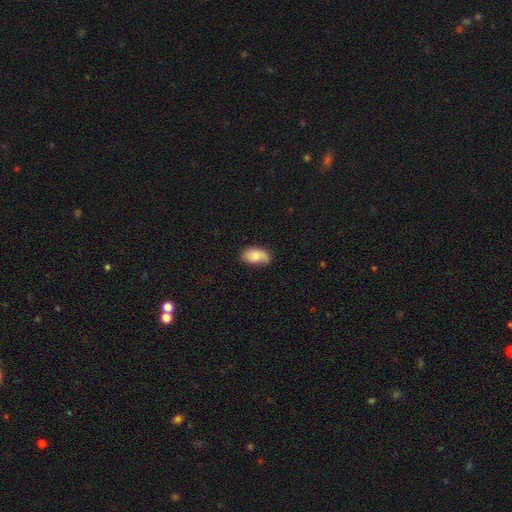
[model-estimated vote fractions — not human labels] Overall: smooth (76%). How rounded: in between (94%). Merging: none (64%; minor disturbance 28%).